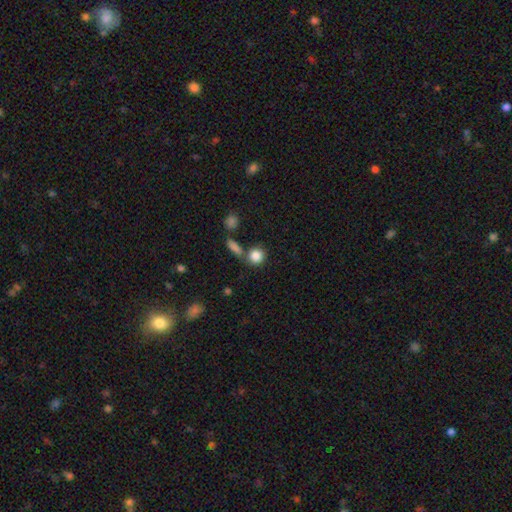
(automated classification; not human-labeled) smooth_or_featured: smooth (p=0.85) [alt: star or artifact p=0.09]
how_rounded: round (p=0.84) [alt: in between p=0.14]
merging: none (p=0.66) [alt: merger p=0.20]